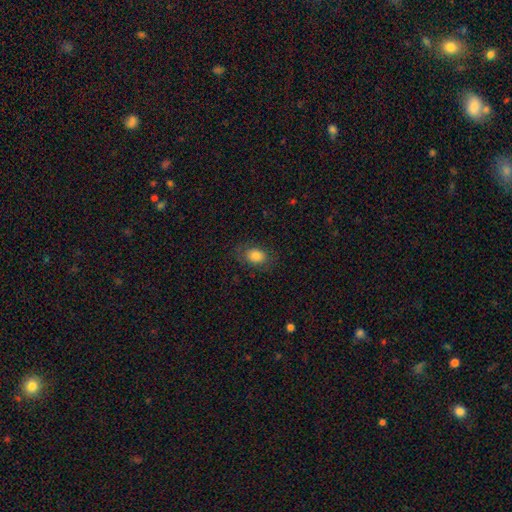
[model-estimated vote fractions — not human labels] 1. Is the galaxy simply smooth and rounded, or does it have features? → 81% smooth, 10% featured or disk, 9% star or artifact.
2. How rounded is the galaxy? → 74% in between, 25% round, 1% cigar-shaped.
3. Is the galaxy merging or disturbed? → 77% none, 15% minor disturbance, 7% major disturbance, 1% merger.